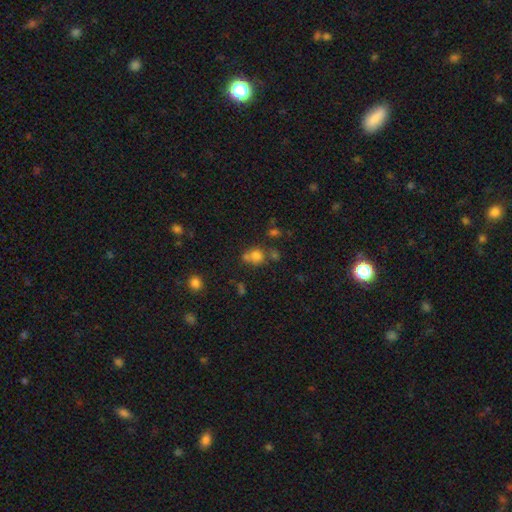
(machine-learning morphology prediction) Smooth or featured? smooth (73%)
How rounded? round (73%)
Merging? none (46%)